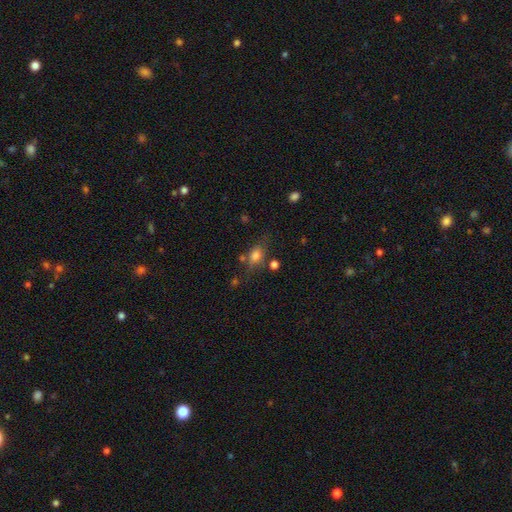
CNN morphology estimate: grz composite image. It shows a smooth galaxy with no disk features (74%) that is in between round and cigar-shaped (67%). Merging: none (62%).